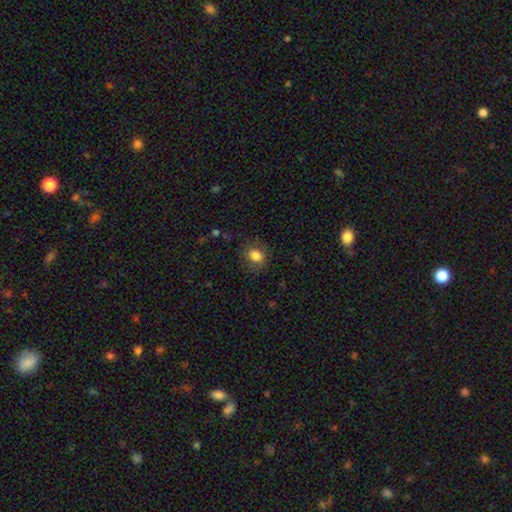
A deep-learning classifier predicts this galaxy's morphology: This is clearly a smooth galaxy (83%). How rounded: likely round (61%). Merging: clearly none (80%).